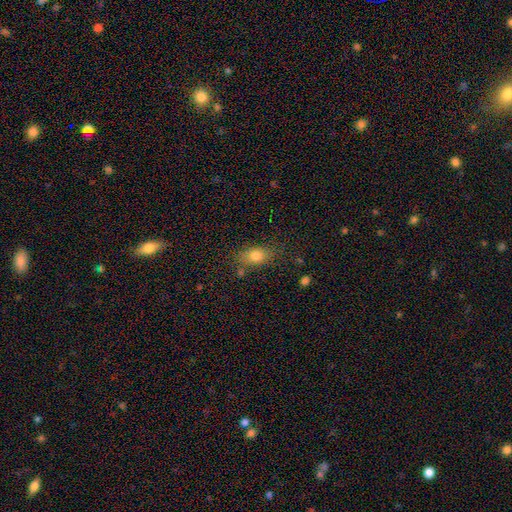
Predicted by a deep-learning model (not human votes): A smooth galaxy with no disk features (77%) that is in between round and cigar-shaped (78%). Merging: none (73%).